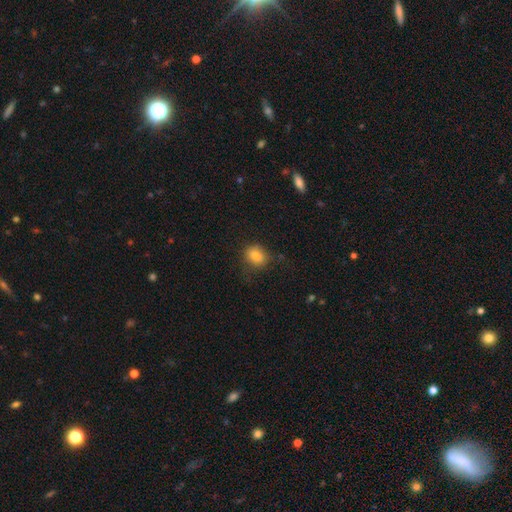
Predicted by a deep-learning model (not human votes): Q: Smooth or featured?
A: smooth (81%); runner-up: star or artifact (11%)
Q: How rounded?
A: round (59%); runner-up: in between (40%)
Q: Merging?
A: none (73%); runner-up: minor disturbance (19%)